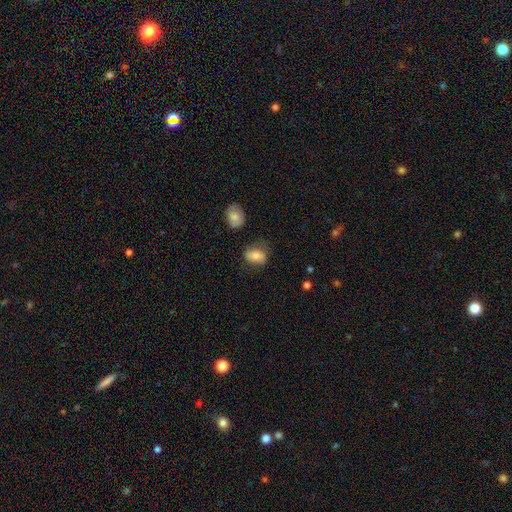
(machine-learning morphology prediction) Smooth or featured: smooth — 67% (featured or disk — 24%)
How rounded: in between — 75% (round — 23%)
Merging: none — 63% (minor disturbance — 25%)